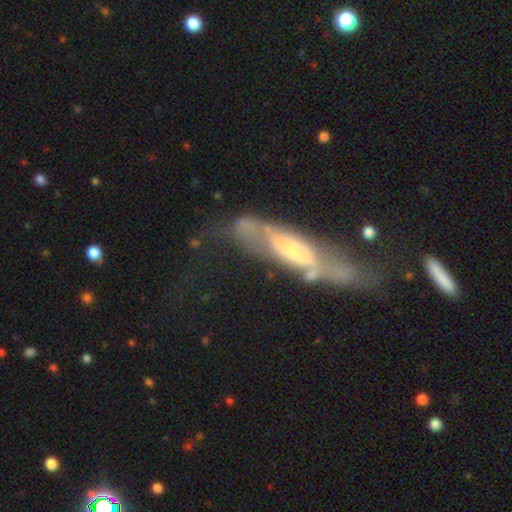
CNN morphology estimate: This is likely a featured or disk galaxy (73%). It is possibly not viewed edge-on (59%). Merging: marginally none (39%).